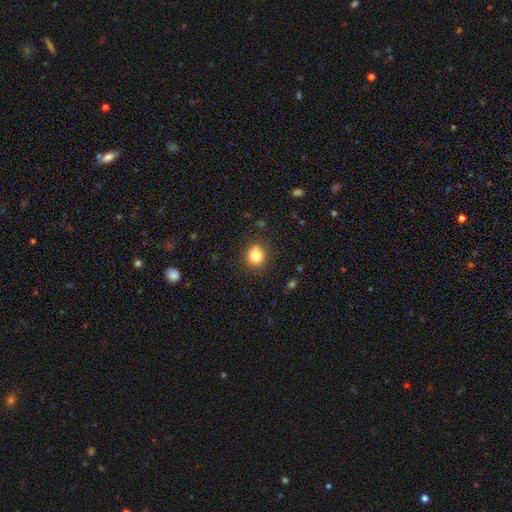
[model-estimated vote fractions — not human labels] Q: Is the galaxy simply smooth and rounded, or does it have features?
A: smooth — 82%.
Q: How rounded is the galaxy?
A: round — 88%.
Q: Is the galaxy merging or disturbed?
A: none — 88%.